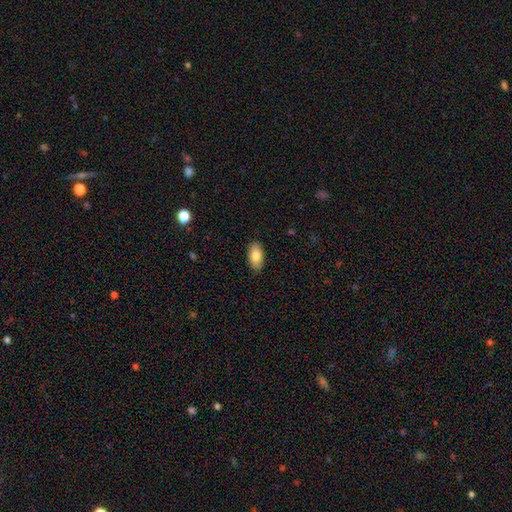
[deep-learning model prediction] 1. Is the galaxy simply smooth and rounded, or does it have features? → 80% smooth, 14% featured or disk, 7% star or artifact.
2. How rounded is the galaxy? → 94% in between, 3% cigar-shaped, 3% round.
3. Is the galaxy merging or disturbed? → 89% none, 8% minor disturbance, 2% major disturbance, 1% merger.